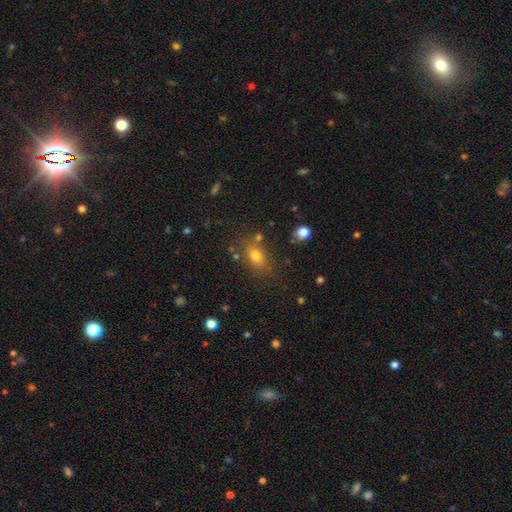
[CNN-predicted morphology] This appears to be a smooth galaxy with no disk features (74%) that is in between round and cigar-shaped (70%). Merging: none (76%).